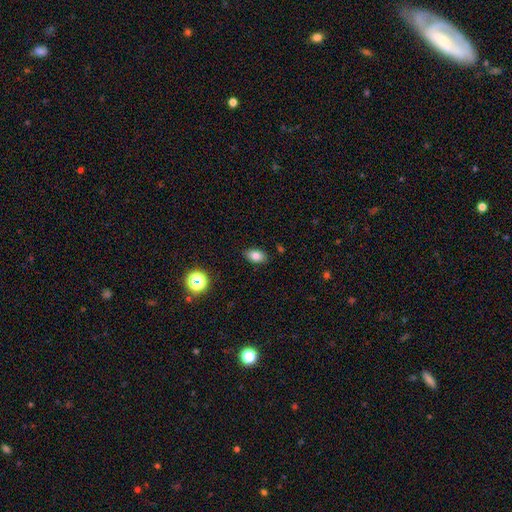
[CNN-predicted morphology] smooth 81%, star or artifact 11%, featured or disk 8%. Down the decision tree: how rounded — in between (87%); merging — none (86%).